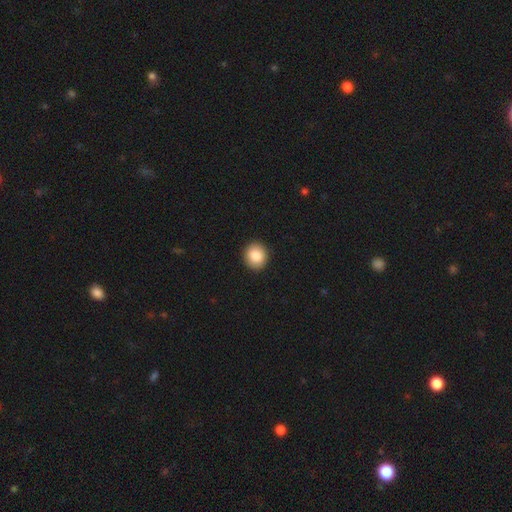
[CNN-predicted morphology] Smooth or featured? smooth (86%)
How rounded? round (79%)
Merging? none (92%)